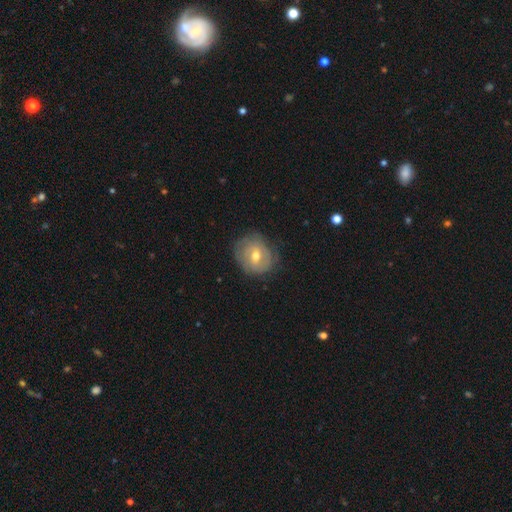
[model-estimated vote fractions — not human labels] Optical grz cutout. It shows a featured or disk galaxy (59%) with a weak bar (49%), spiral arms (66%) and a moderate central bulge (72%). Merging: none (72%).